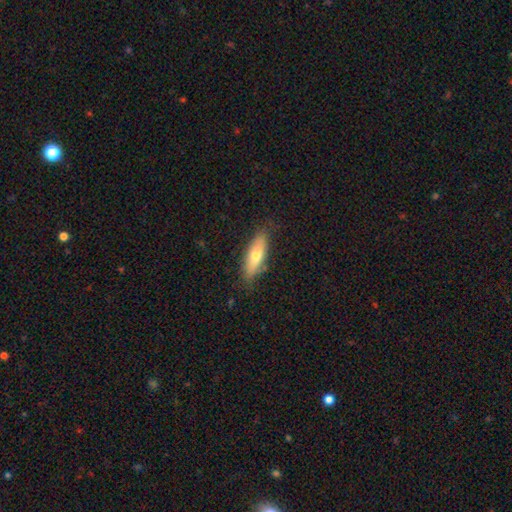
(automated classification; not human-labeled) A smooth galaxy with no disk features (64%) that is in between round and cigar-shaped (52%).

Vote fractions:
- Smooth or featured? smooth: 64% / featured or disk: 30% / star or artifact: 6%
- How rounded? in between: 52% / cigar-shaped: 46% / round: 2%
- Merging? none: 80% / minor disturbance: 15% / major disturbance: 3% / merger: 2%